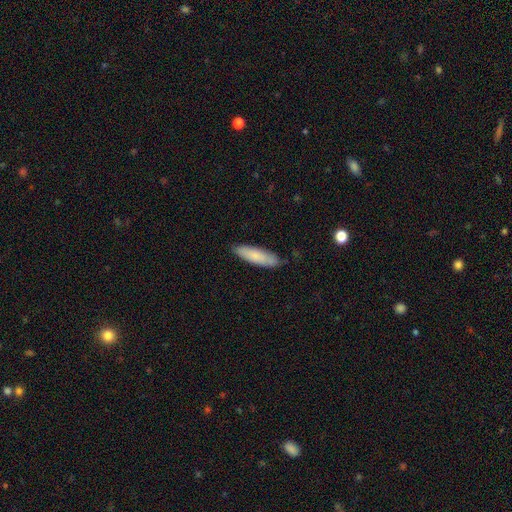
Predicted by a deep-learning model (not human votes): Smooth or featured? Predicted: smooth (p=0.81). How rounded? Predicted: cigar-shaped (p=0.64). Merging? Predicted: none (p=0.84).